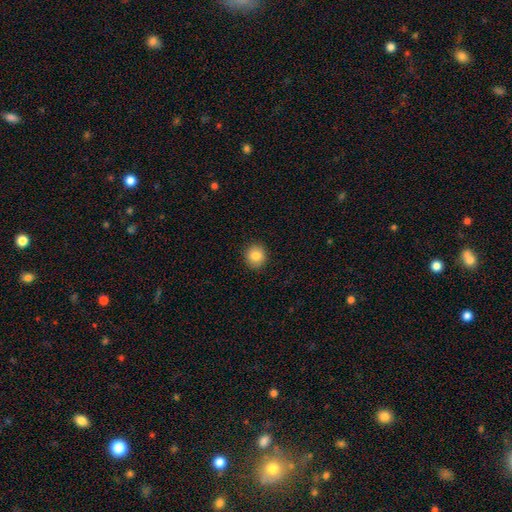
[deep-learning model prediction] Smooth or featured?
  - smooth: 85% *
  - star or artifact: 9%
  - featured or disk: 5%
How rounded?
  - round: 87% *
  - in between: 12%
  - cigar-shaped: 1%
Merging?
  - none: 91% *
  - minor disturbance: 6%
  - major disturbance: 2%
  - merger: 1%